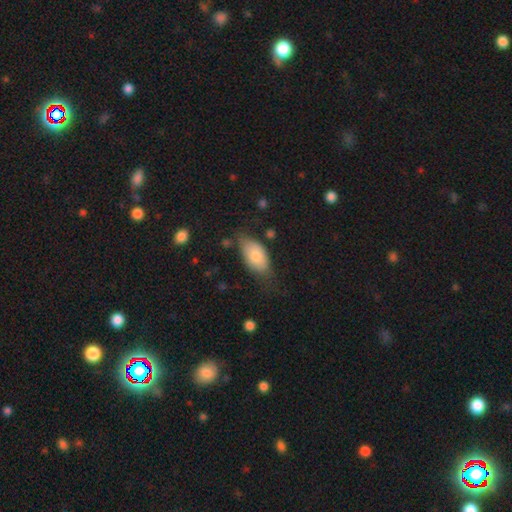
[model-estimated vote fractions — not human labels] Smooth or featured?
  - smooth: 77% *
  - featured or disk: 16%
  - star or artifact: 7%
How rounded?
  - in between: 92% *
  - round: 4%
  - cigar-shaped: 3%
Merging?
  - none: 56% *
  - minor disturbance: 31%
  - major disturbance: 10%
  - merger: 3%